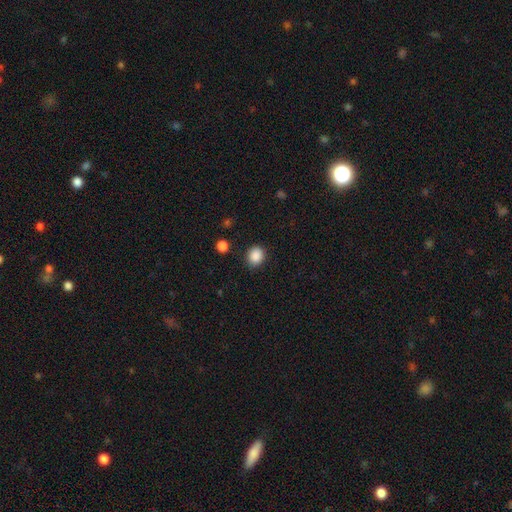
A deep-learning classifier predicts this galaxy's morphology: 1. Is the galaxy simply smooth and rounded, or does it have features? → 88% smooth, 9% star or artifact, 3% featured or disk.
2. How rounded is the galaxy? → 69% round, 30% in between, 1% cigar-shaped.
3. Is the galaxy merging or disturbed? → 88% none, 8% minor disturbance, 3% major disturbance, 2% merger.